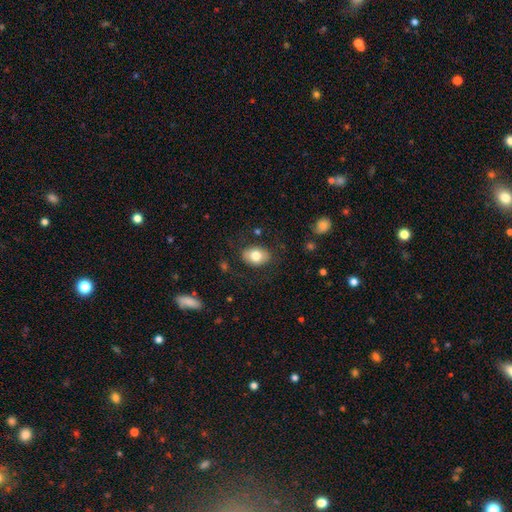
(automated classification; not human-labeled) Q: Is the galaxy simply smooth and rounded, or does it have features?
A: smooth — 78%.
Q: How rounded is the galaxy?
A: in between — 76%.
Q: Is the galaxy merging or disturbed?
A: none — 81%.